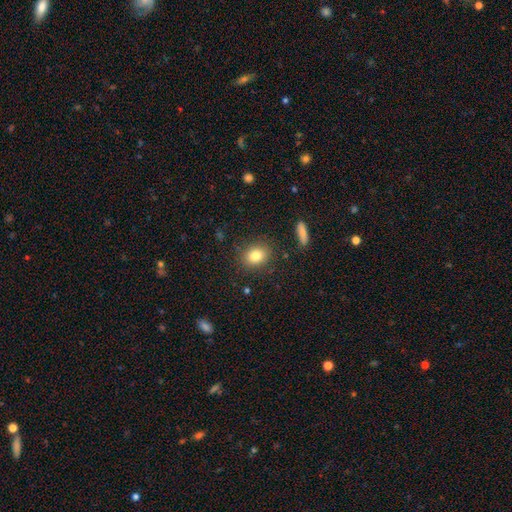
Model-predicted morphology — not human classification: smooth-or-featured: smooth: 82% | star or artifact: 10% | featured or disk: 8%
  how-rounded: in between: 53% | round: 46% | cigar-shaped: 1%
  merging: none: 85% | minor disturbance: 10% | major disturbance: 3% | merger: 2%